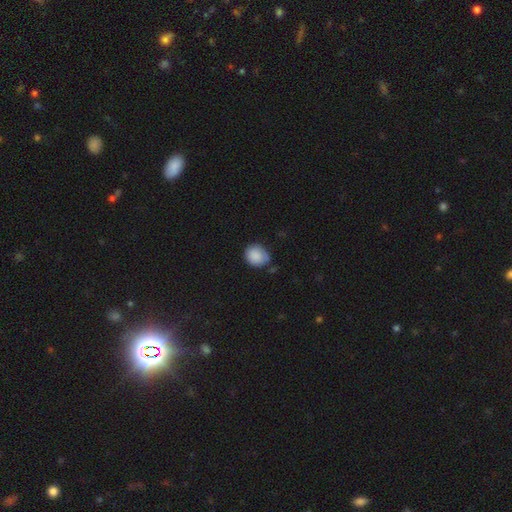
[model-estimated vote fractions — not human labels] smooth 87%, star or artifact 8%, featured or disk 5%. Down the decision tree: how rounded — round (71%); merging — none (64%).